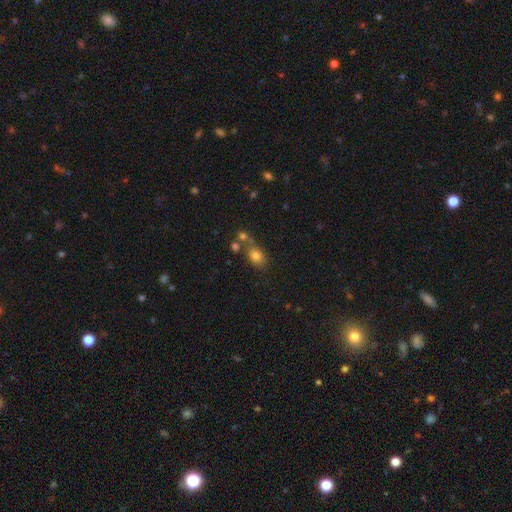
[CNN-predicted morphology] A smooth galaxy with no disk features (77%) that is round (50%).

Vote fractions:
- Smooth or featured? smooth: 77% / star or artifact: 13% / featured or disk: 10%
- How rounded? round: 50% / in between: 49% / cigar-shaped: 1%
- Merging? none: 53% / merger: 26% / minor disturbance: 14% / major disturbance: 7%